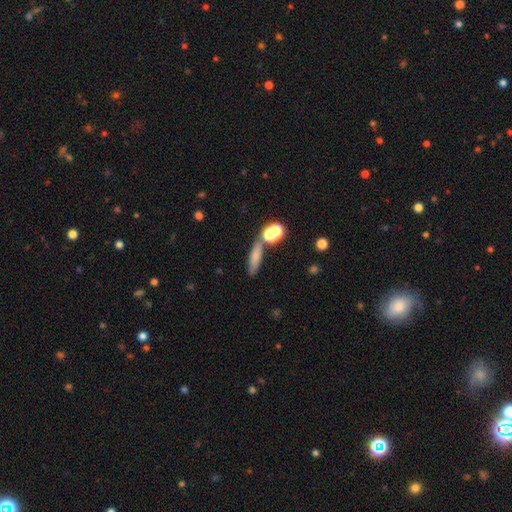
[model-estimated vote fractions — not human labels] A smooth galaxy with no disk features (72%) that is cigar-shaped (58%). Merging: none (65%).